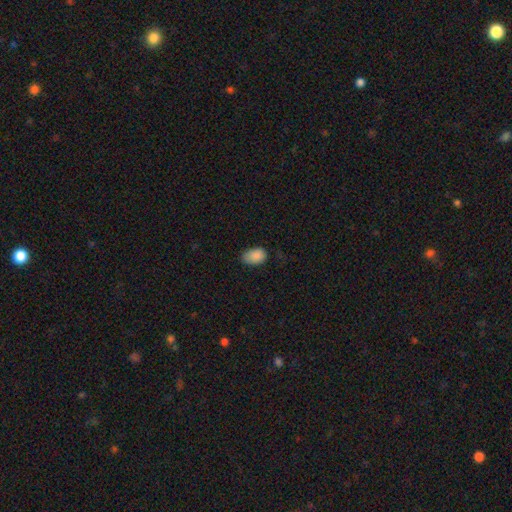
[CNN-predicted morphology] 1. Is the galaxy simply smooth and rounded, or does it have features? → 88% smooth, 8% star or artifact, 5% featured or disk.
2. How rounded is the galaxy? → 88% in between, 11% round, 1% cigar-shaped.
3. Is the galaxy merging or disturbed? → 66% none, 27% minor disturbance, 5% major disturbance, 1% merger.